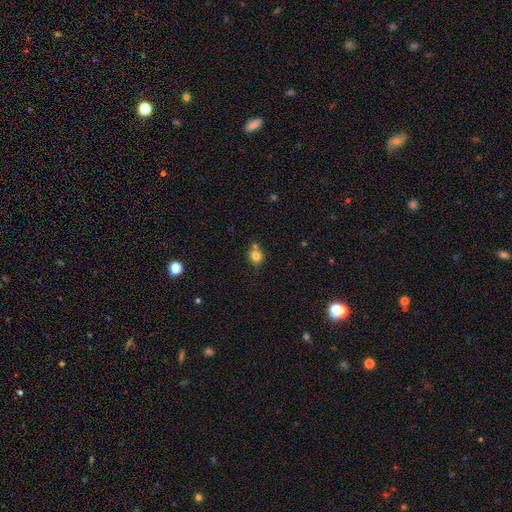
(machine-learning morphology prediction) type=smooth (80%); roundness=round (76%); merging=none (59%).